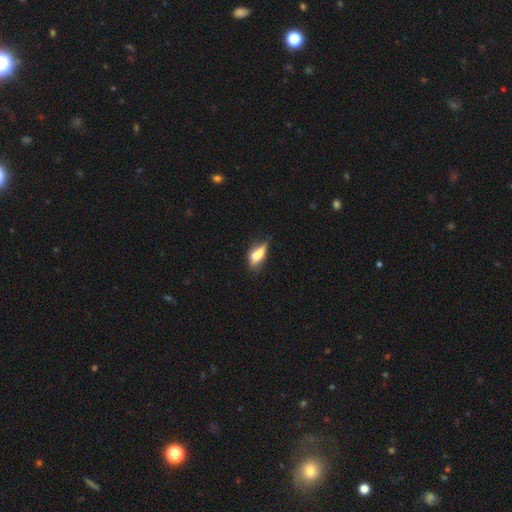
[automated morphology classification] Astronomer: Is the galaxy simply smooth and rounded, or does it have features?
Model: smooth — 62%.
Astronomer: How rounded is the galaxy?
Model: in between — 68%.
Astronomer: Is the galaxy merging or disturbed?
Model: none — 37% (runner-up: minor disturbance, 29%).